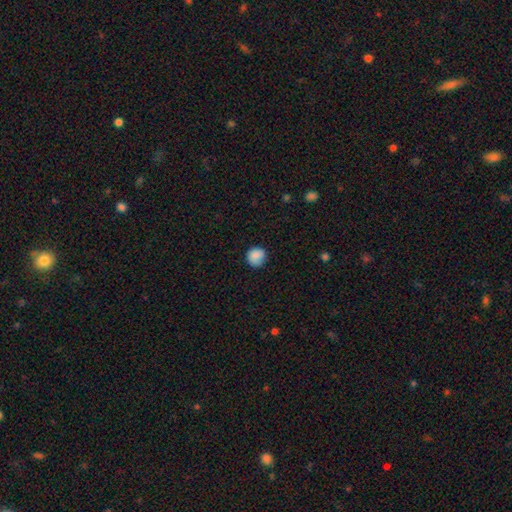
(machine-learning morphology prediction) A smooth galaxy with no disk features (84%) that is round (88%).

Vote fractions:
- Smooth or featured? smooth: 84% / star or artifact: 8% / featured or disk: 8%
- How rounded? round: 88% / in between: 11% / cigar-shaped: 1%
- Merging? none: 76% / minor disturbance: 19% / major disturbance: 4% / merger: 1%